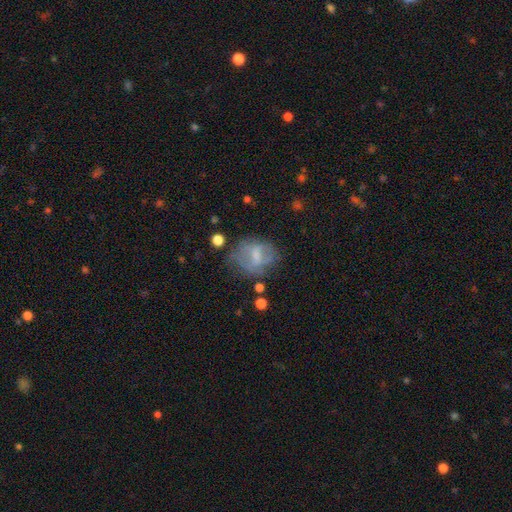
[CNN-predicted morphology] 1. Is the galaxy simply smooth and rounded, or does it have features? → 46% smooth, 43% featured or disk, 11% star or artifact.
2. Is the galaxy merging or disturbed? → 43% none, 27% minor disturbance, 25% major disturbance, 4% merger.